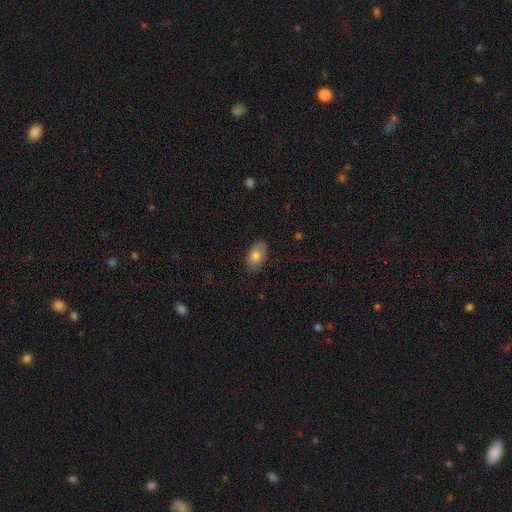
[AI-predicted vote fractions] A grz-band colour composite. It shows a smooth galaxy with no disk features (79%) that is in between round and cigar-shaped (91%). Merging: none (82%).